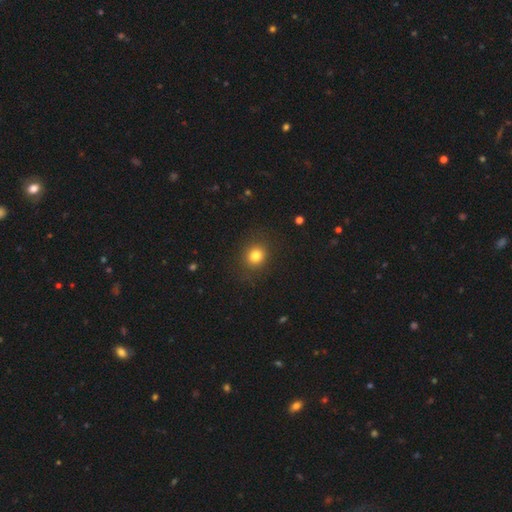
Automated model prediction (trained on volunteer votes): Morphology: type=smooth (81%); roundness=round (79%); merging=none (87%).